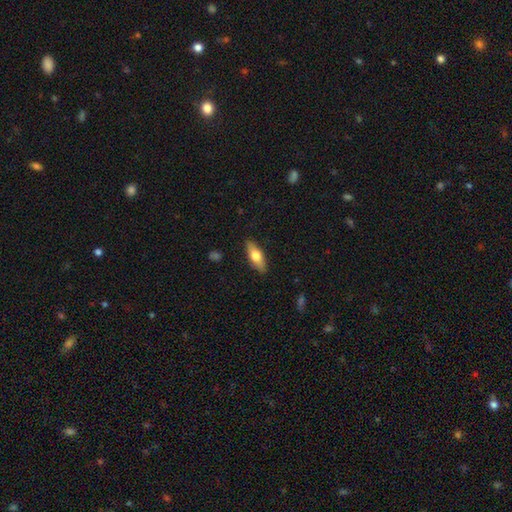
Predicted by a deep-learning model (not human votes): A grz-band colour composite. It shows a smooth galaxy with no disk features (59%) that is in between round and cigar-shaped (62%). Merging: none (88%).